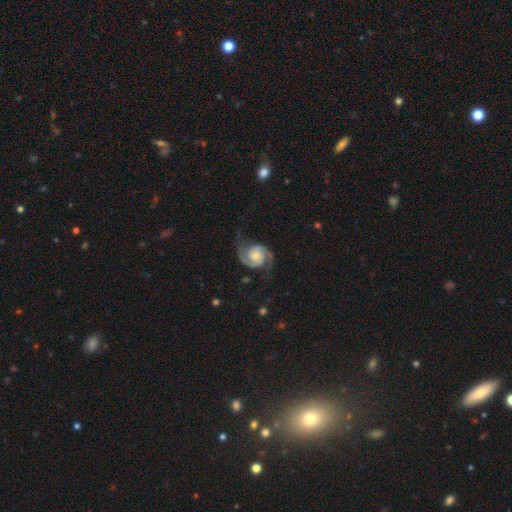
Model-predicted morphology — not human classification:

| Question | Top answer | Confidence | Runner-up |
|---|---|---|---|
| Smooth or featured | featured or disk | 91% | smooth (5%) |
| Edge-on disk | no | 98% | yes (2%) |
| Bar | no | 66% | weak (28%) |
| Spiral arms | yes | 98% | no (2%) |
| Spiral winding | medium | 51% | tight (36%) |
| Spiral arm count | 2 | 94% | can't tell (2%) |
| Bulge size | moderate | 52% | small (27%) |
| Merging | none | 72% | minor disturbance (18%) |